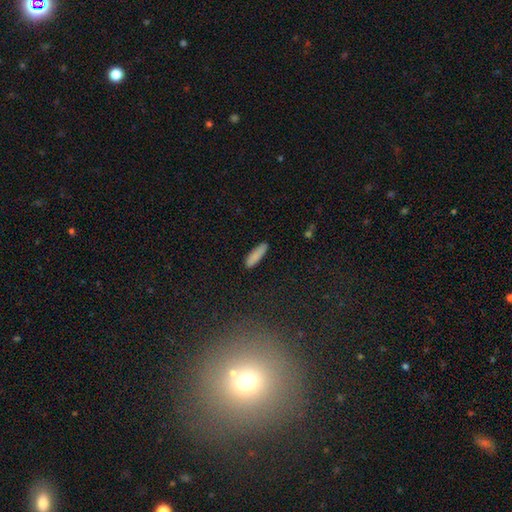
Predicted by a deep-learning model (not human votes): Smooth or featured: smooth — 86% (star or artifact — 7%)
How rounded: cigar-shaped — 68% (in between — 31%)
Merging: none — 87% (minor disturbance — 10%)